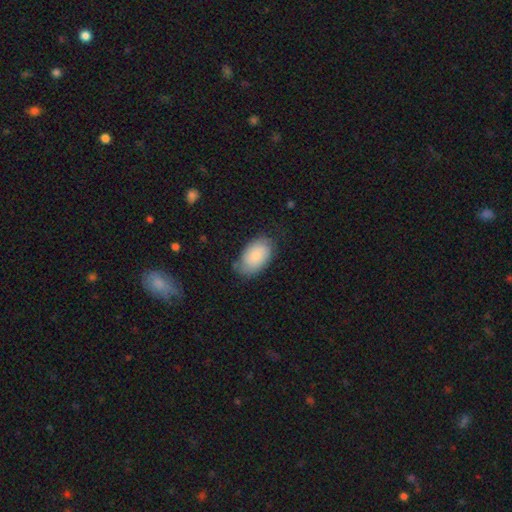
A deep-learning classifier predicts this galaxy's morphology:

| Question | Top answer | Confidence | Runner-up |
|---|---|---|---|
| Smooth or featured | smooth | 79% | featured or disk (14%) |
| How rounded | in between | 93% | round (5%) |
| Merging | none | 68% | minor disturbance (24%) |